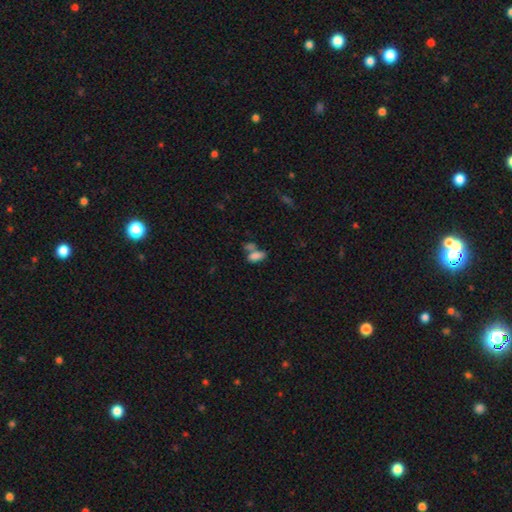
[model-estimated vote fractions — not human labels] Smooth or featured?
  - smooth: 80% *
  - star or artifact: 11%
  - featured or disk: 9%
How rounded?
  - in between: 87% *
  - cigar-shaped: 9%
  - round: 4%
Merging?
  - merger: 41% *
  - none: 40%
  - minor disturbance: 12%
  - major disturbance: 7%